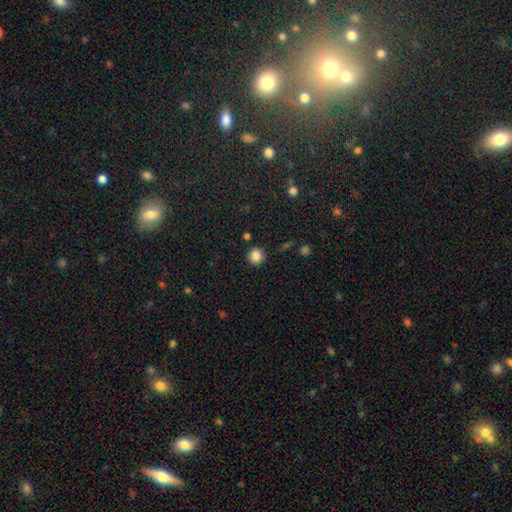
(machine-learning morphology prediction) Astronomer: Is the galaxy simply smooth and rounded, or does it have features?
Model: smooth — 85%.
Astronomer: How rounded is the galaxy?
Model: round — 93%.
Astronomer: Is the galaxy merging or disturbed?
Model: none — 90%.